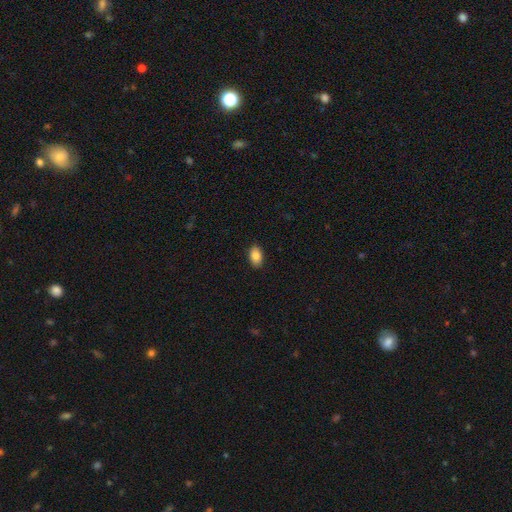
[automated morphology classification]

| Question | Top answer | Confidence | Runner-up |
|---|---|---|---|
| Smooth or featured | smooth | 85% | star or artifact (8%) |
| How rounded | in between | 91% | round (8%) |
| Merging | none | 89% | minor disturbance (8%) |